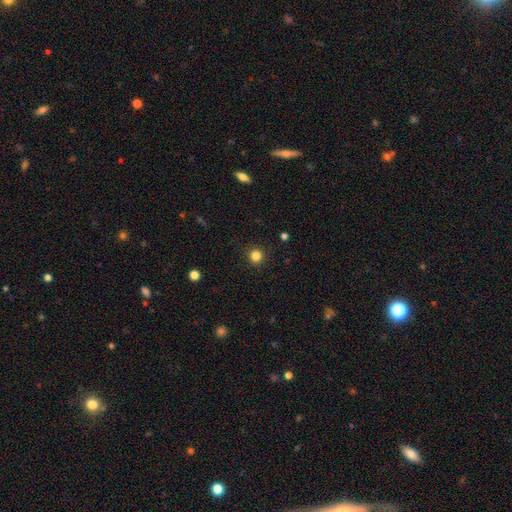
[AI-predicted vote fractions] This appears to be a smooth galaxy with no disk features (83%) that is round (94%). Merging: none (91%).